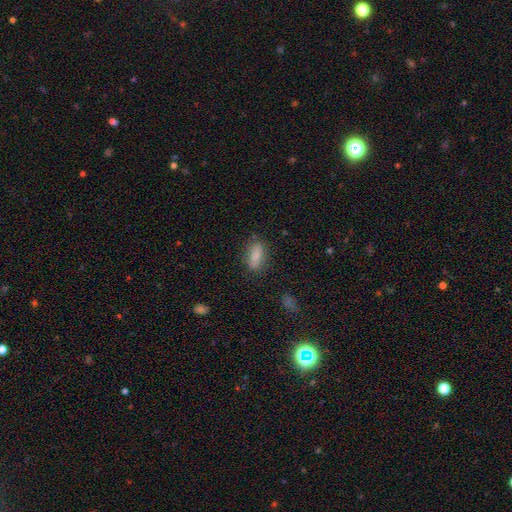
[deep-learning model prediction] smooth 83%, featured or disk 10%, star or artifact 8%. Down the decision tree: how rounded — in between (76%); merging — none (81%).